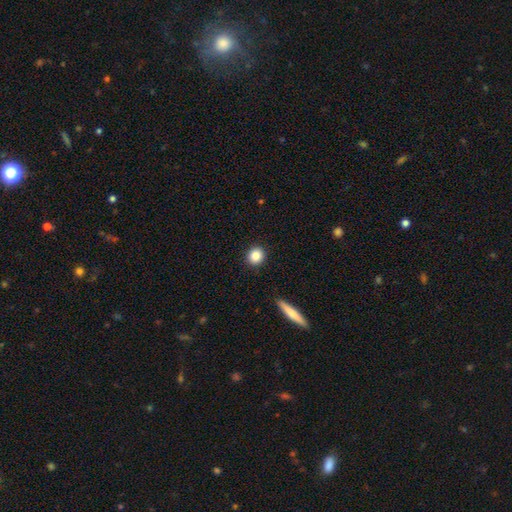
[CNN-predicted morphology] smooth_or_featured: smooth (p=0.86) [alt: star or artifact p=0.09]
how_rounded: round (p=0.85) [alt: in between p=0.13]
merging: none (p=0.91) [alt: minor disturbance p=0.06]